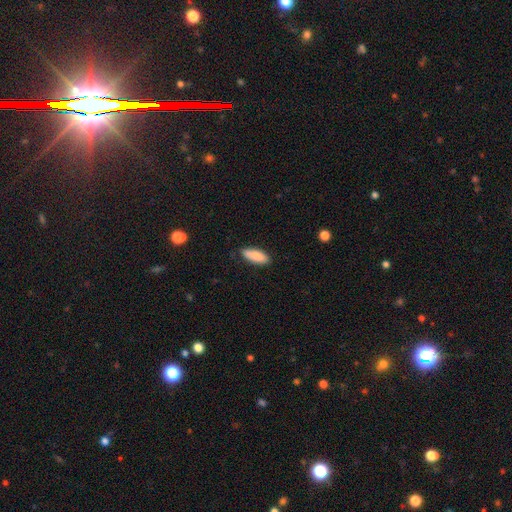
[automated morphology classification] A smooth galaxy with no disk features (87%) that is in between round and cigar-shaped (72%).

Vote fractions:
- Smooth or featured? smooth: 87% / featured or disk: 7% / star or artifact: 6%
- How rounded? in between: 72% / cigar-shaped: 26% / round: 2%
- Merging? none: 82% / minor disturbance: 14% / major disturbance: 2% / merger: 1%